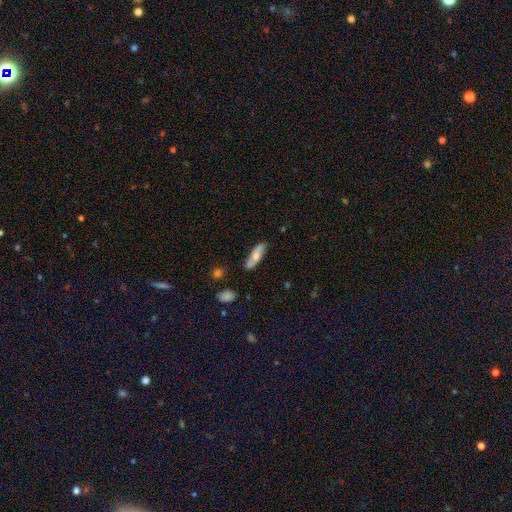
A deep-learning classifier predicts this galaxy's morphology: A smooth galaxy with no disk features (64%) that is cigar-shaped (50%).

Vote fractions:
- Smooth or featured? smooth: 64% / featured or disk: 30% / star or artifact: 6%
- How rounded? cigar-shaped: 50% / in between: 48% / round: 3%
- Merging? none: 77% / minor disturbance: 16% / merger: 4% / major disturbance: 3%